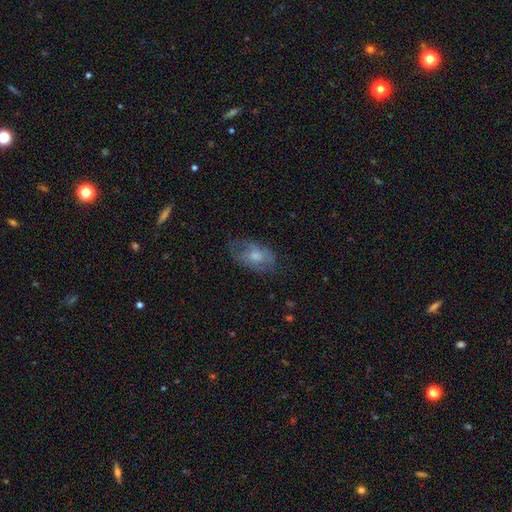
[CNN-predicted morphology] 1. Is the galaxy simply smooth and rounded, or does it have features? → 56% smooth, 36% featured or disk, 8% star or artifact.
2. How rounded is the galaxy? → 90% in between, 8% round, 2% cigar-shaped.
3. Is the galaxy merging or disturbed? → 56% none, 27% minor disturbance, 15% major disturbance, 1% merger.